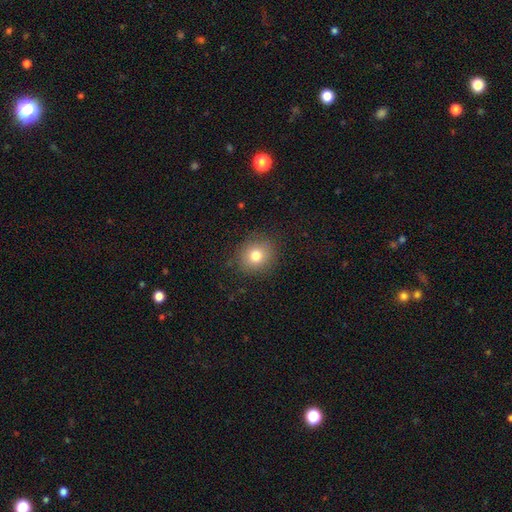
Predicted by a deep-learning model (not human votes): This is likely a smooth galaxy (78%). How rounded: clearly round (83%). Merging: clearly none (85%).